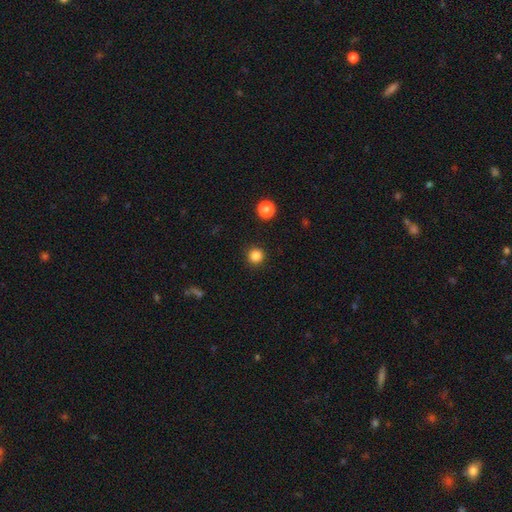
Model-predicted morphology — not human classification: Q: Smooth or featured?
A: smooth (84%); runner-up: star or artifact (12%)
Q: How rounded?
A: round (95%); runner-up: in between (4%)
Q: Merging?
A: none (92%); runner-up: minor disturbance (5%)